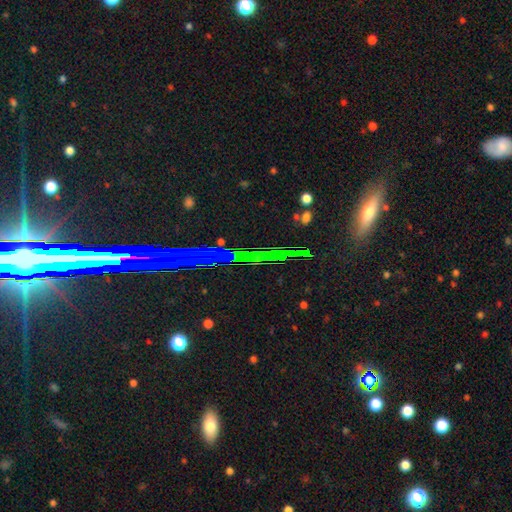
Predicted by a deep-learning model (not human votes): smooth-or-featured: star or artifact: 59% | featured or disk: 26% | smooth: 15%